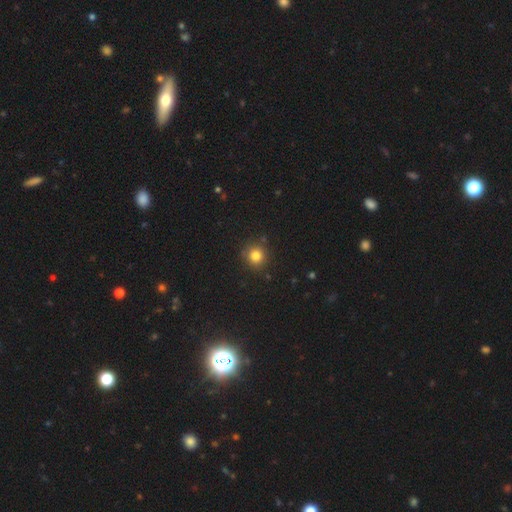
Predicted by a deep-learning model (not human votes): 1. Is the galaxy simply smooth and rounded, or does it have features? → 82% smooth, 13% star or artifact, 6% featured or disk.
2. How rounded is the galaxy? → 91% round, 8% in between, 1% cigar-shaped.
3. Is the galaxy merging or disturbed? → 87% none, 9% minor disturbance, 3% major disturbance, 2% merger.